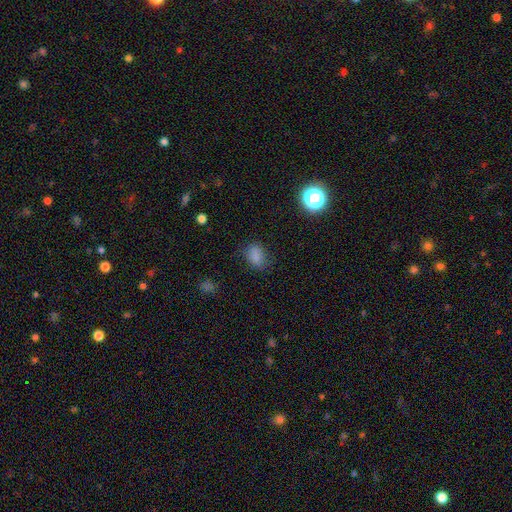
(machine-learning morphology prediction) A smooth galaxy with no disk features (82%) that is in between round and cigar-shaped (80%).

Vote fractions:
- Smooth or featured? smooth: 82% / star or artifact: 13% / featured or disk: 5%
- How rounded? in between: 80% / round: 19% / cigar-shaped: 2%
- Merging? none: 74% / minor disturbance: 19% / major disturbance: 5% / merger: 2%